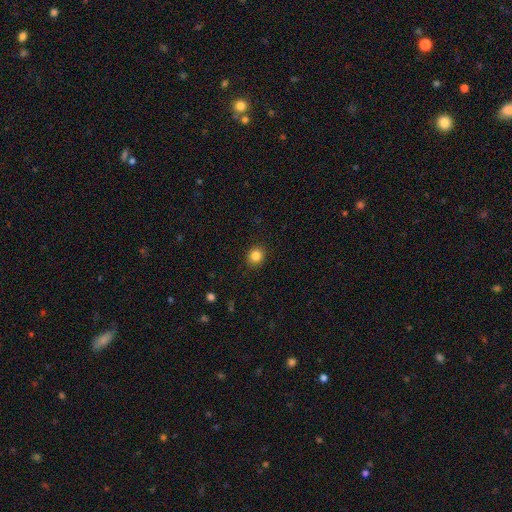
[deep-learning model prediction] Morphology: type=smooth (84%); roundness=round (83%); merging=none (91%).